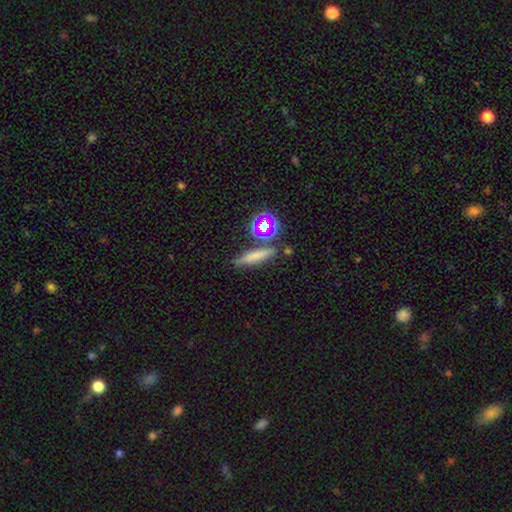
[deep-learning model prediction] This is likely a smooth galaxy (67%). How rounded: likely cigar-shaped (73%). Merging: likely none (76%).